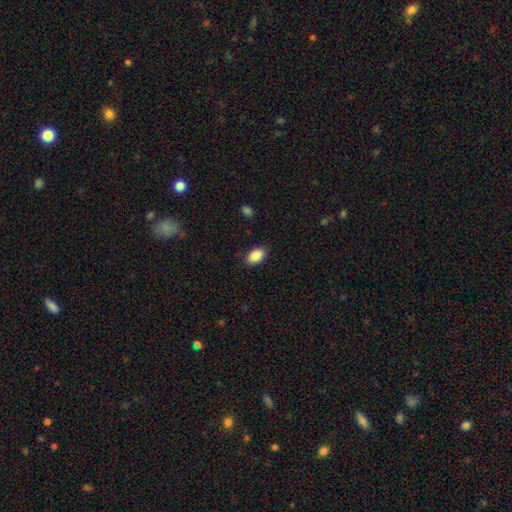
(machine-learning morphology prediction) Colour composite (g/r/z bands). It shows a smooth galaxy with no disk features (89%) that is in between round and cigar-shaped (90%). Merging: none (86%).